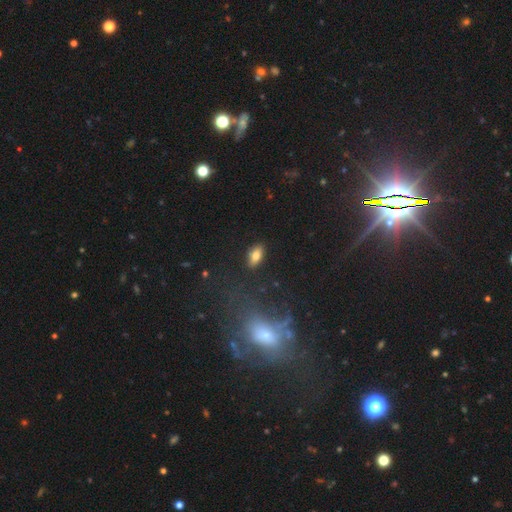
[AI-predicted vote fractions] smooth_or_featured: smooth (p=0.80) [alt: featured or disk p=0.11]
how_rounded: in between (p=0.89) [alt: cigar-shaped p=0.07]
merging: none (p=0.87) [alt: minor disturbance p=0.09]